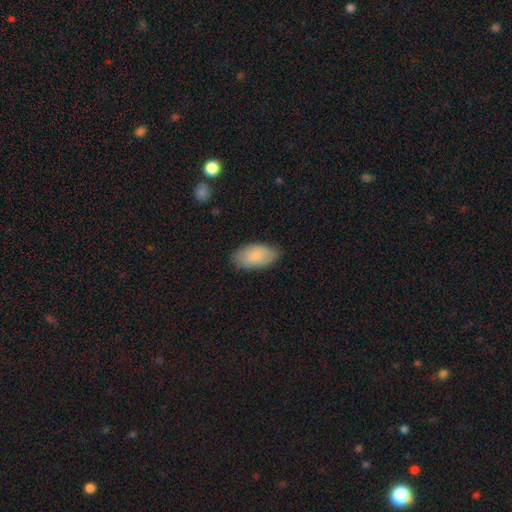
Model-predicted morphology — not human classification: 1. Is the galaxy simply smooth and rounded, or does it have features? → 80% smooth, 14% featured or disk, 6% star or artifact.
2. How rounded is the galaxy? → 94% in between, 3% cigar-shaped, 3% round.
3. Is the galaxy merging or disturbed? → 78% none, 18% minor disturbance, 3% major disturbance, 1% merger.